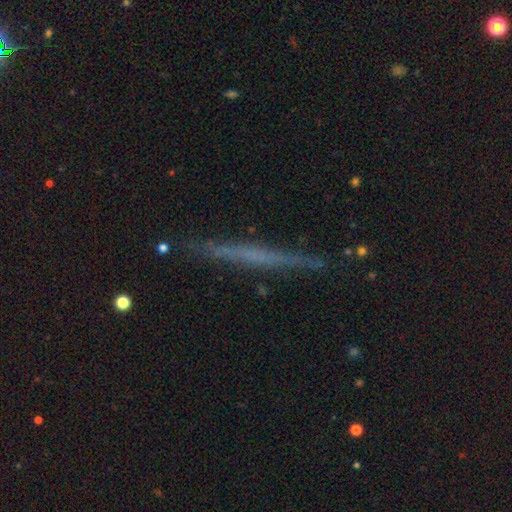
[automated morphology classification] featured or disk 59%, smooth 34%, star or artifact 7%. Down the decision tree: edge-on disk — yes (97%); edge-on bulge — none (84%); merging — none (88%).